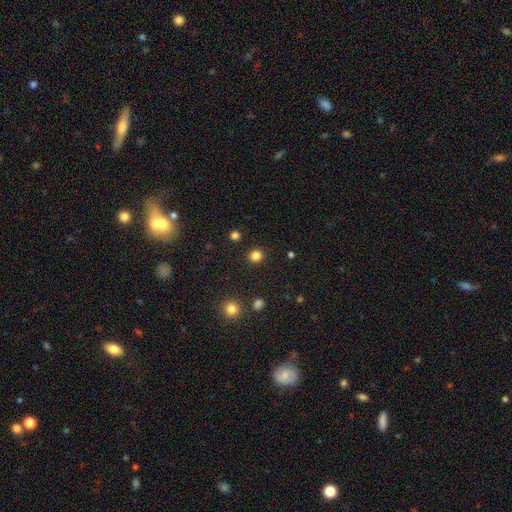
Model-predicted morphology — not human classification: smooth-or-featured: smooth: 82% | star or artifact: 14% | featured or disk: 4%
  how-rounded: round: 91% | in between: 8% | cigar-shaped: 1%
  merging: none: 91% | minor disturbance: 5% | major disturbance: 2% | merger: 2%